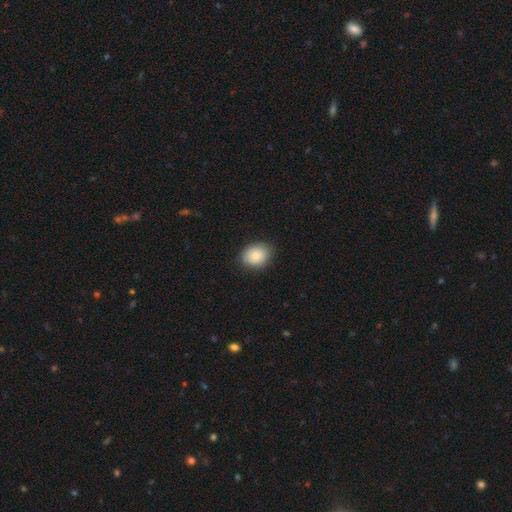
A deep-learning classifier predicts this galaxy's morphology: This appears to be a smooth galaxy with no disk features (84%) that is in between round and cigar-shaped (51%). Merging: none (84%).